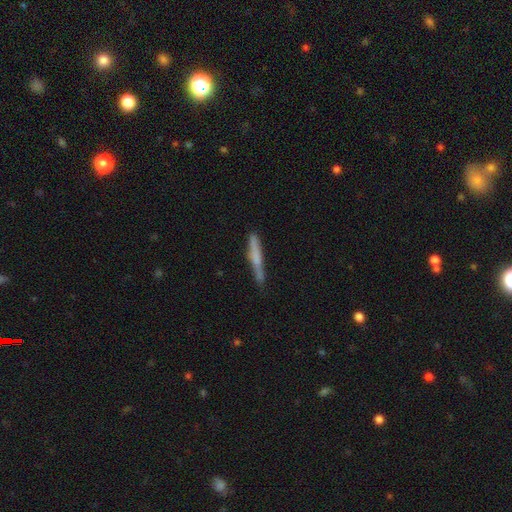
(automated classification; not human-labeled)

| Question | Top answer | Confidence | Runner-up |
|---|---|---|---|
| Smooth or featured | smooth | 58% | featured or disk (36%) |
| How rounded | cigar-shaped | 95% | in between (3%) |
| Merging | none | 75% | minor disturbance (18%) |